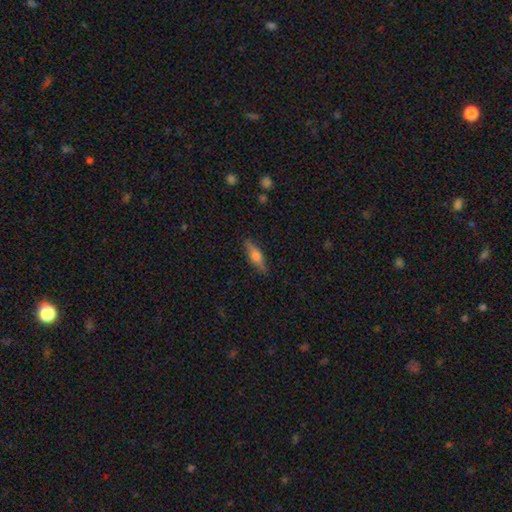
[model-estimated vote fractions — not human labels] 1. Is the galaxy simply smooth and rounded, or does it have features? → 51% smooth, 42% featured or disk, 7% star or artifact.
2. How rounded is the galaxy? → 62% cigar-shaped, 35% in between, 3% round.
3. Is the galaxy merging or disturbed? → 87% none, 10% minor disturbance, 2% major disturbance, 1% merger.